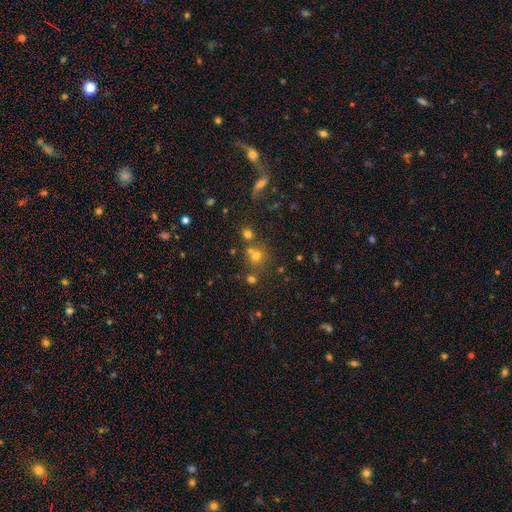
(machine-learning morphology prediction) type=smooth (57%); roundness=round (86%); merging=none (60%).